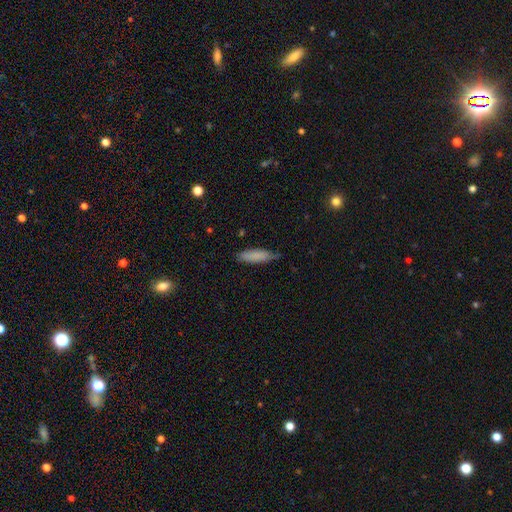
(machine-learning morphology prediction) This appears to be a smooth galaxy with no disk features (83%) that is cigar-shaped (60%). Merging: none (66%).